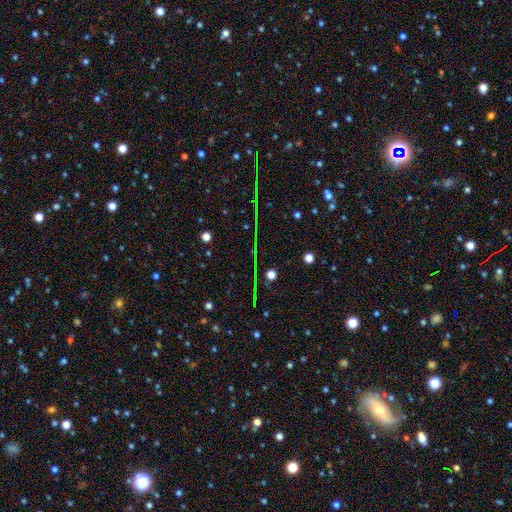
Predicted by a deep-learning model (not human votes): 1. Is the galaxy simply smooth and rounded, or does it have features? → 75% star or artifact, 15% smooth, 11% featured or disk.